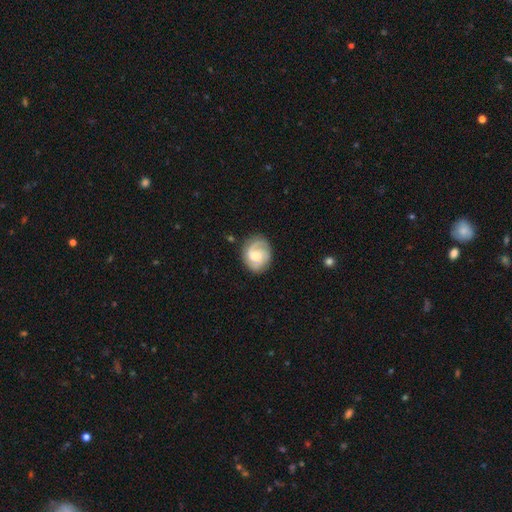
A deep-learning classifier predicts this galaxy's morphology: Smooth or featured?
  - featured or disk: 69% *
  - smooth: 25%
  - star or artifact: 6%
Edge-on disk?
  - no: 98% *
  - yes: 2%
Bar?
  - no: 51% *
  - weak: 42%
  - strong: 7%
Spiral arms?
  - yes: 93% *
  - no: 7%
Spiral winding?
  - medium: 42% *
  - tight: 41%
  - loose: 17%
Spiral arm count?
  - 2: 49% *
  - can't tell: 17%
  - 3: 17%
  - 1: 11%
  - 4: 3%
  - more than 4: 2%
Bulge size?
  - moderate: 54% *
  - small: 35%
  - large: 6%
  - none: 3%
  - dominant: 1%
Merging?
  - none: 75% *
  - minor disturbance: 17%
  - major disturbance: 6%
  - merger: 2%